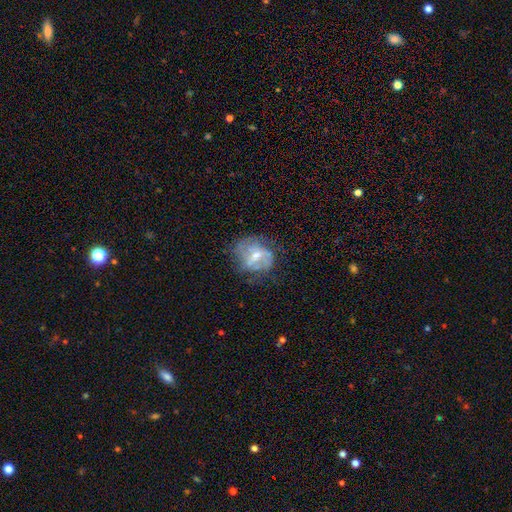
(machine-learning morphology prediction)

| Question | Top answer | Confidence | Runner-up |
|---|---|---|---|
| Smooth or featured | featured or disk | 66% | smooth (24%) |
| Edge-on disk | no | 96% | yes (4%) |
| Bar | weak | 47% | no (32%) |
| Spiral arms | yes | 64% | no (36%) |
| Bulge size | moderate | 52% | small (42%) |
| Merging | none | 59% | minor disturbance (24%) |